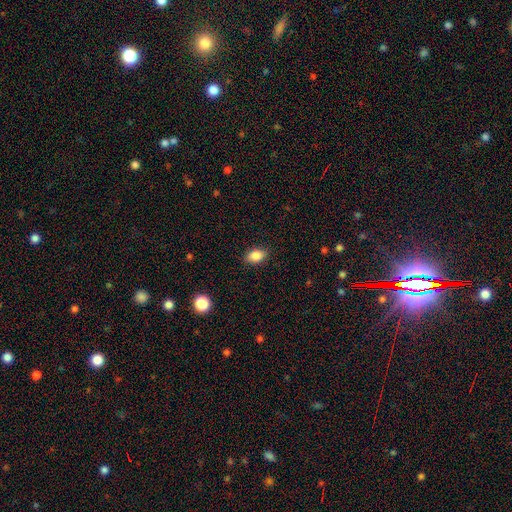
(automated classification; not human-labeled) smooth_or_featured: smooth (p=0.87) [alt: star or artifact p=0.09]
how_rounded: in between (p=0.83) [alt: round p=0.15]
merging: none (p=0.86) [alt: minor disturbance p=0.10]